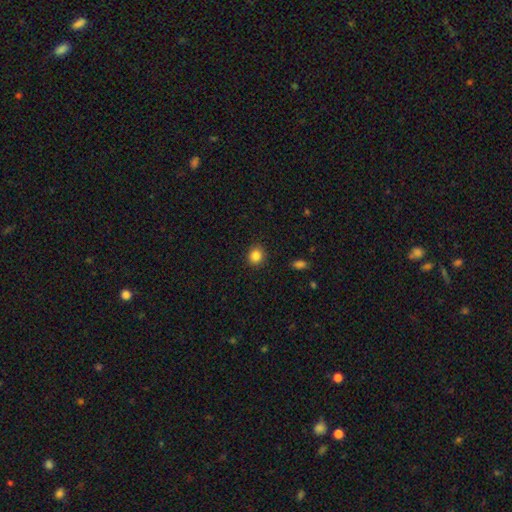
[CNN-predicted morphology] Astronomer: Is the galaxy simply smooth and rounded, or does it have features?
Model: smooth — 85%.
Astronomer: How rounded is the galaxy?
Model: round — 84%.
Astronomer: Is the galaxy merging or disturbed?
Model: none — 91%.